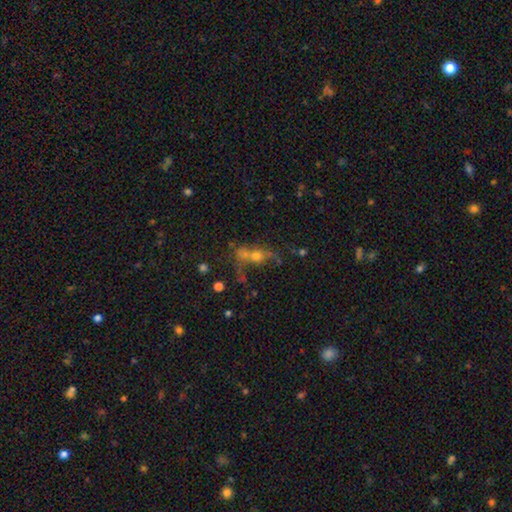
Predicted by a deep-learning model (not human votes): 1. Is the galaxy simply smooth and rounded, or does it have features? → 40% smooth, 31% featured or disk, 29% star or artifact.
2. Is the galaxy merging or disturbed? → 39% merger, 32% none, 17% major disturbance, 11% minor disturbance.